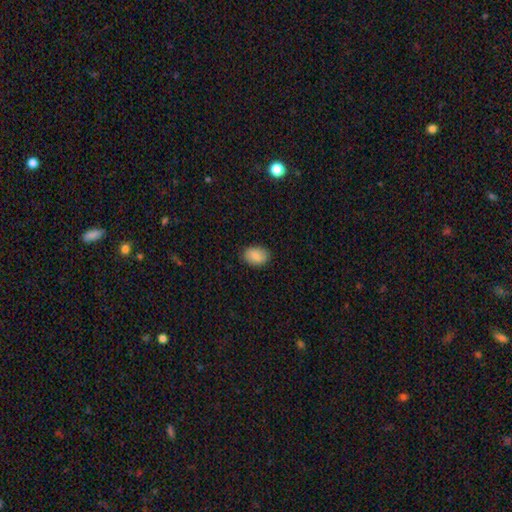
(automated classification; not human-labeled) smooth_or_featured: smooth (p=0.88) [alt: star or artifact p=0.07]
how_rounded: in between (p=0.79) [alt: round p=0.20]
merging: none (p=0.86) [alt: minor disturbance p=0.11]